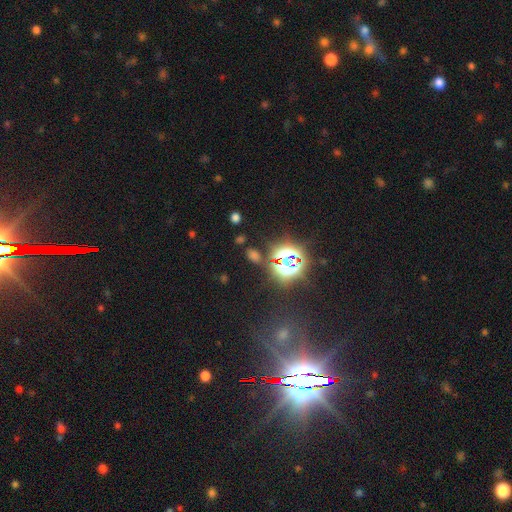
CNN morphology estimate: Overall: star or artifact (75%).